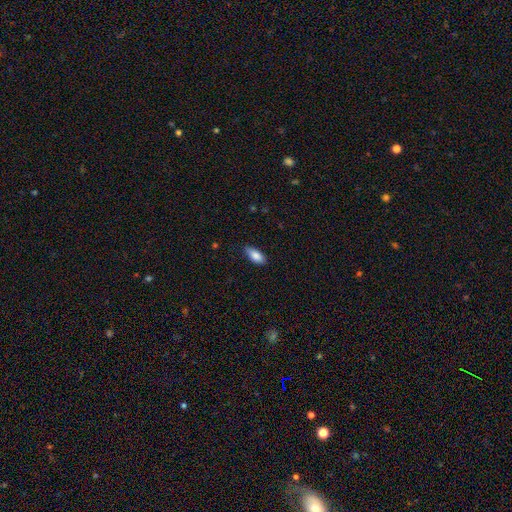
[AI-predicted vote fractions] Smooth or featured? smooth (86%)
How rounded? in between (86%)
Merging? none (81%)